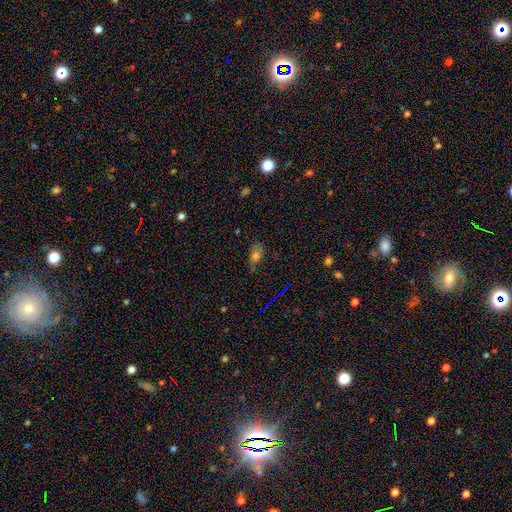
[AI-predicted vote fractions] A smooth galaxy with no disk features (67%) that is in between round and cigar-shaped (83%). Merging: none (51%).